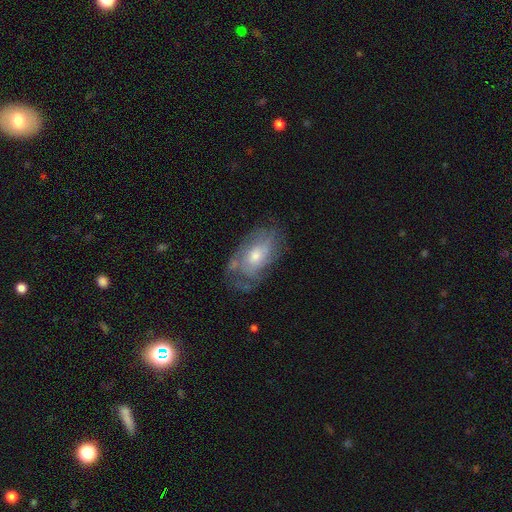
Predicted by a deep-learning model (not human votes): smooth-or-featured: featured or disk: 60% | smooth: 33% | star or artifact: 8%
  disk-edge-on: no: 93% | yes: 7%
    bar: no: 79% | weak: 18% | strong: 3%
    has-spiral-arms: yes: 59% | no: 41%
    bulge-size: moderate: 59% | small: 31% | large: 7% | none: 2% | dominant: 1%
  merging: none: 57% | minor disturbance: 26% | major disturbance: 15% | merger: 2%